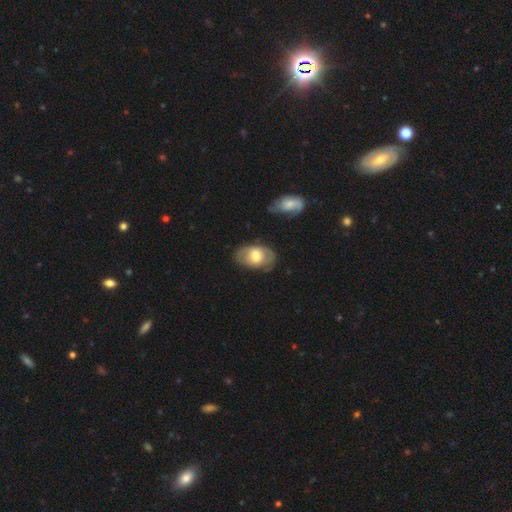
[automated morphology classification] type=smooth (49%); merging=none (66%).